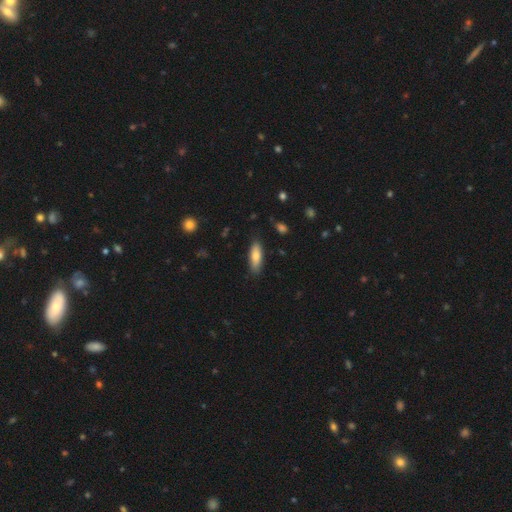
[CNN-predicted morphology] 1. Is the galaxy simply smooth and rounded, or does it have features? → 77% smooth, 17% featured or disk, 6% star or artifact.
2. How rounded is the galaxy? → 56% in between, 42% cigar-shaped, 2% round.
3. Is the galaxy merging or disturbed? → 84% none, 12% minor disturbance, 2% major disturbance, 1% merger.